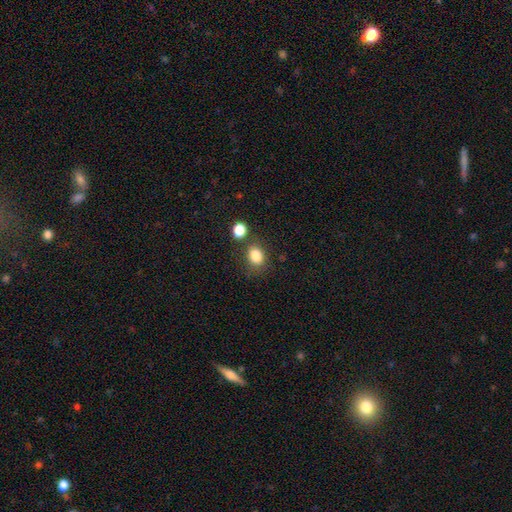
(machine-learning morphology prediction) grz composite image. It shows a smooth galaxy with no disk features (84%) that is in between round and cigar-shaped (55%). Merging: none (69%).